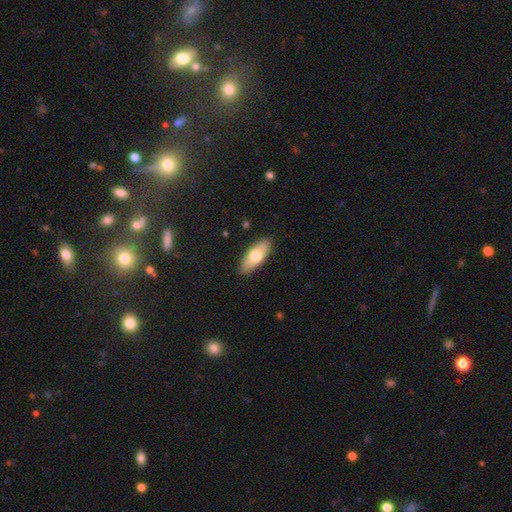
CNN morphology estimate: Smooth or featured?
  - smooth: 71% *
  - featured or disk: 23%
  - star or artifact: 6%
How rounded?
  - in between: 80% *
  - cigar-shaped: 18%
  - round: 2%
Merging?
  - none: 88% *
  - minor disturbance: 10%
  - major disturbance: 2%
  - merger: 1%